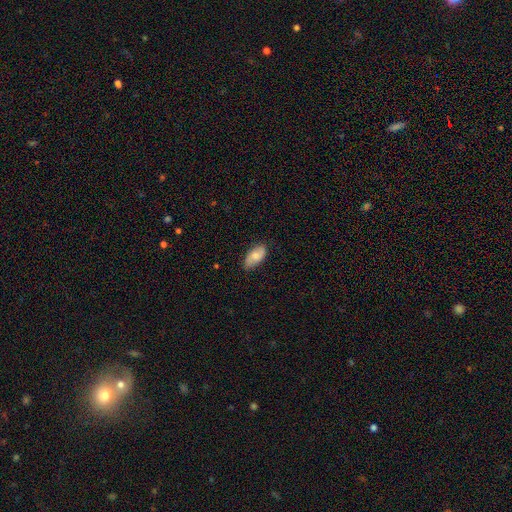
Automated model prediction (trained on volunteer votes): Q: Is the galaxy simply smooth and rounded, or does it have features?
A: smooth — 68%.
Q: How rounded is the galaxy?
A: in between — 93%.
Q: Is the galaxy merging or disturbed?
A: none — 80%.